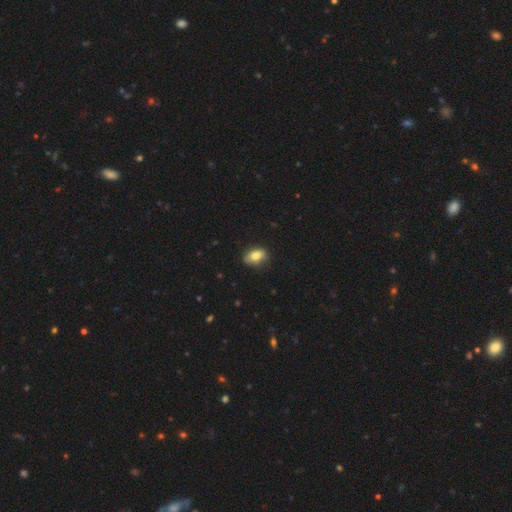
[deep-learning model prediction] A smooth galaxy with no disk features (80%) that is in between round and cigar-shaped (80%). Merging: none (79%).